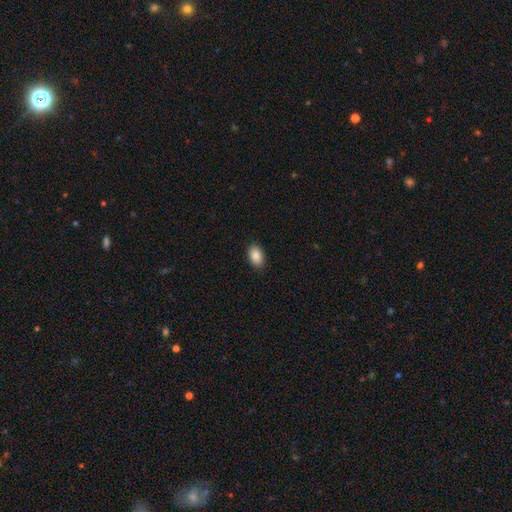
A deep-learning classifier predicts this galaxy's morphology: Smooth or featured?
  - smooth: 89% *
  - star or artifact: 7%
  - featured or disk: 4%
How rounded?
  - in between: 92% *
  - round: 6%
  - cigar-shaped: 1%
Merging?
  - none: 89% *
  - minor disturbance: 8%
  - major disturbance: 2%
  - merger: 1%